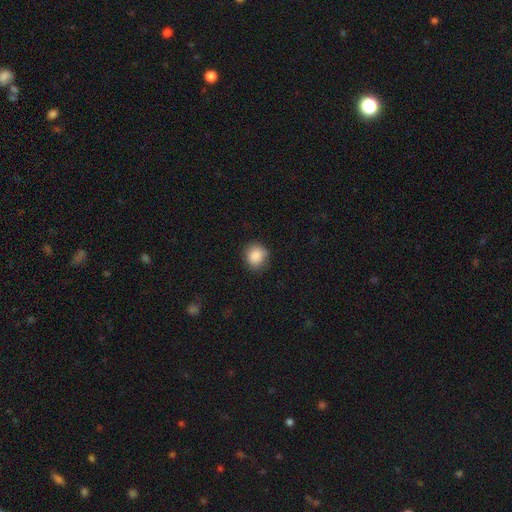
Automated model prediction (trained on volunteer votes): A smooth galaxy with no disk features (87%) that is round (80%).

Vote fractions:
- Smooth or featured? smooth: 87% / star or artifact: 9% / featured or disk: 4%
- How rounded? round: 80% / in between: 19% / cigar-shaped: 1%
- Merging? none: 82% / minor disturbance: 14% / major disturbance: 3% / merger: 1%